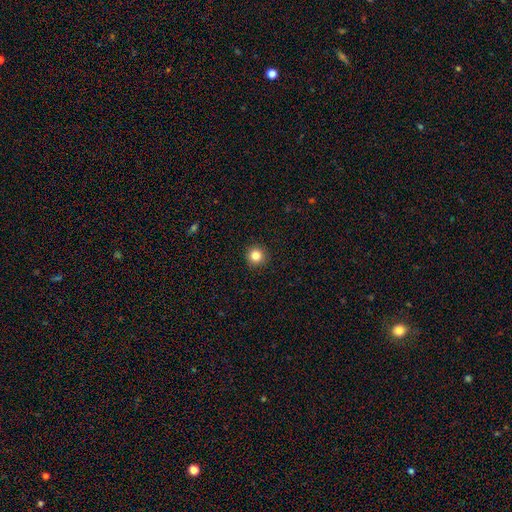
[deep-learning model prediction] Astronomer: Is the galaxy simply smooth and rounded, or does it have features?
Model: smooth — 84%.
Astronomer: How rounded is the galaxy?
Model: round — 95%.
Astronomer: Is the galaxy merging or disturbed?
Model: none — 93%.